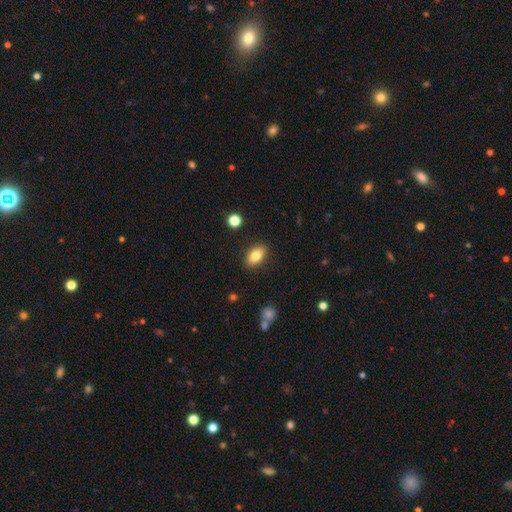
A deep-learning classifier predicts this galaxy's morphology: Smooth or featured: smooth — 82% (featured or disk — 10%)
How rounded: in between — 89% (round — 8%)
Merging: none — 88% (minor disturbance — 9%)